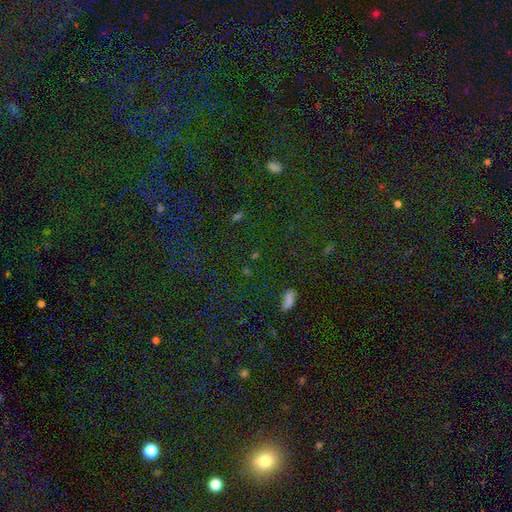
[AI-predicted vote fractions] Morphology: type=star or artifact (74%).